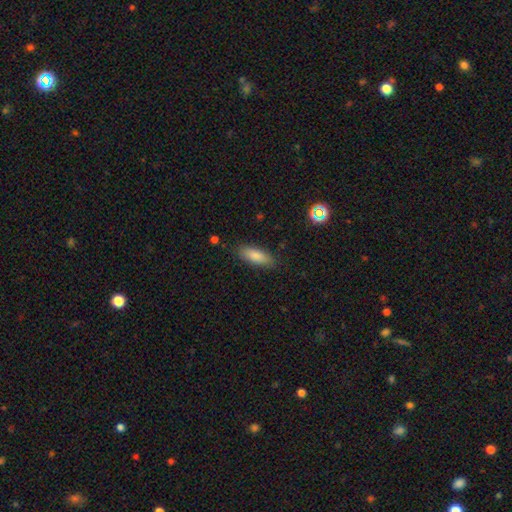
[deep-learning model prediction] smooth 84%, featured or disk 9%, star or artifact 7%. Down the decision tree: how rounded — in between (71%); merging — none (85%).